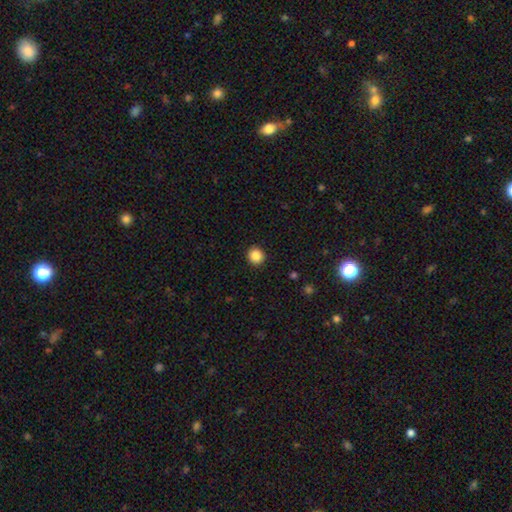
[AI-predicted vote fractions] Smooth or featured: smooth — 85% (star or artifact — 10%)
How rounded: round — 92% (in between — 7%)
Merging: none — 92% (minor disturbance — 5%)